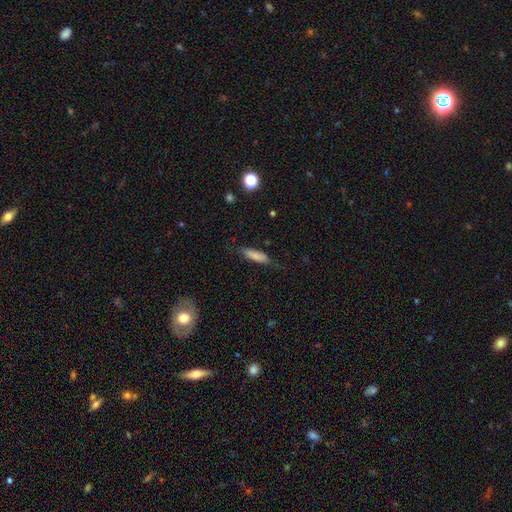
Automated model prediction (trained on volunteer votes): A smooth galaxy with no disk features (80%) that is cigar-shaped (70%).

Vote fractions:
- Smooth or featured? smooth: 80% / featured or disk: 13% / star or artifact: 7%
- How rounded? cigar-shaped: 70% / in between: 28% / round: 2%
- Merging? none: 74% / minor disturbance: 20% / major disturbance: 5% / merger: 2%